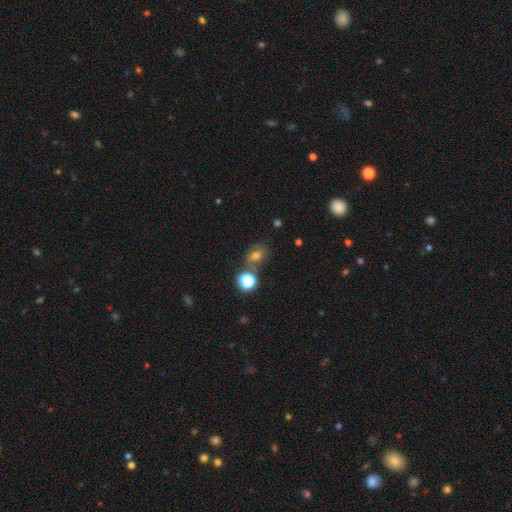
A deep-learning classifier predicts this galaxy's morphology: Q: Smooth or featured?
A: smooth (48%); runner-up: star or artifact (26%)
Q: Merging?
A: none (64%); runner-up: minor disturbance (18%)